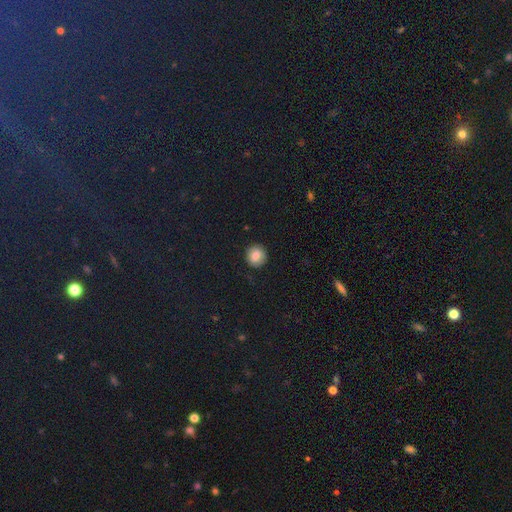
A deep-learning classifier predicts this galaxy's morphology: Q: Smooth or featured?
A: smooth (82%); runner-up: star or artifact (10%)
Q: How rounded?
A: round (92%); runner-up: in between (7%)
Q: Merging?
A: none (88%); runner-up: minor disturbance (9%)